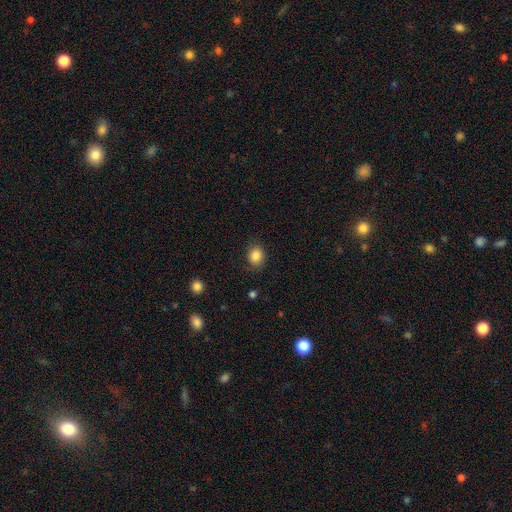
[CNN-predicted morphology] Smooth or featured: smooth — 85% (star or artifact — 9%)
How rounded: round — 59% (in between — 40%)
Merging: none — 79% (minor disturbance — 15%)